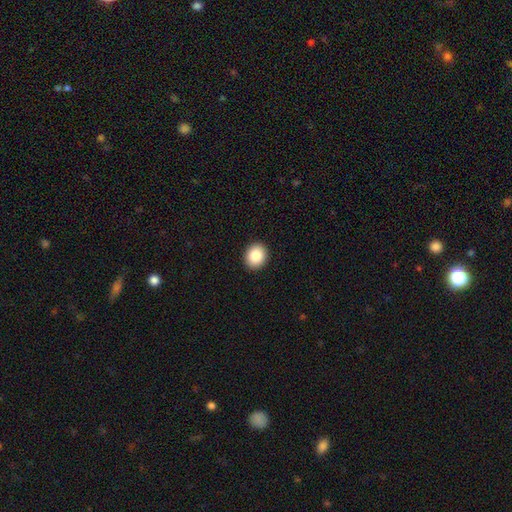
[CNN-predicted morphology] This appears to be a smooth galaxy with no disk features (86%) that is round (63%). Merging: none (92%).